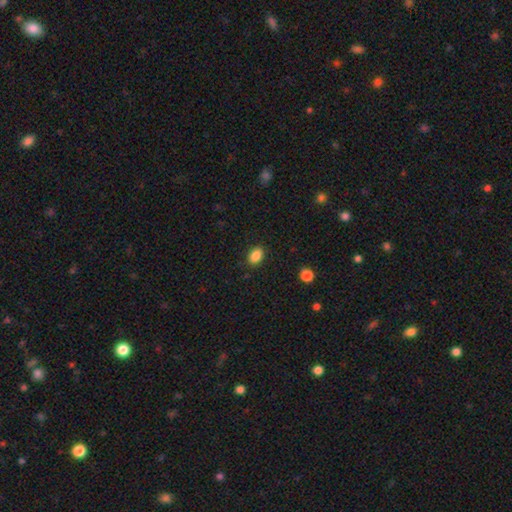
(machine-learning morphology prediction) type=smooth (87%); roundness=in between (83%); merging=none (87%).